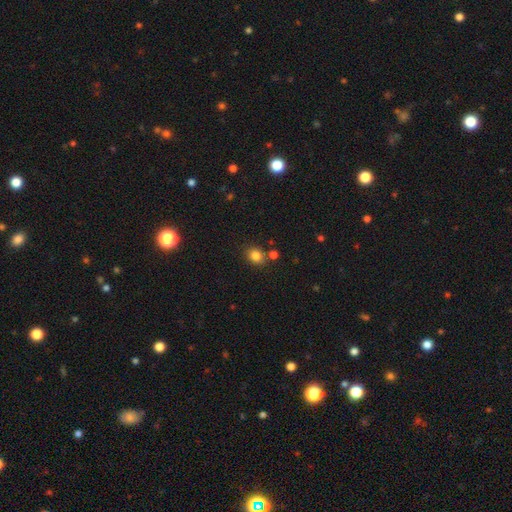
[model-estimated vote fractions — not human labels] Smooth or featured: smooth — 82% (star or artifact — 12%)
How rounded: round — 64% (in between — 35%)
Merging: none — 76% (minor disturbance — 11%)